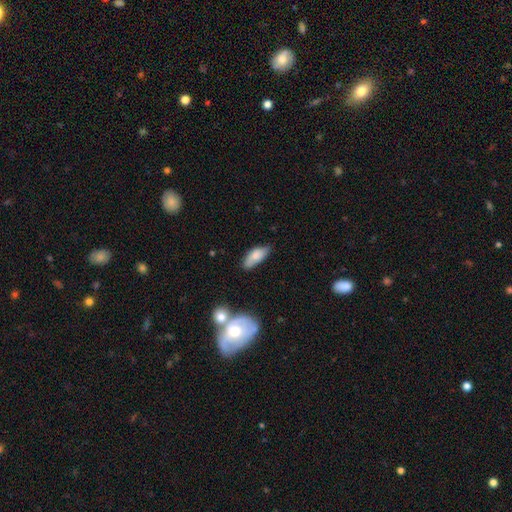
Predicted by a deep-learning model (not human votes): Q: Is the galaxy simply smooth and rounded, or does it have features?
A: smooth — 74%.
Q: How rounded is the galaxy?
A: in between — 79%.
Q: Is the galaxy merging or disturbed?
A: none — 62%.